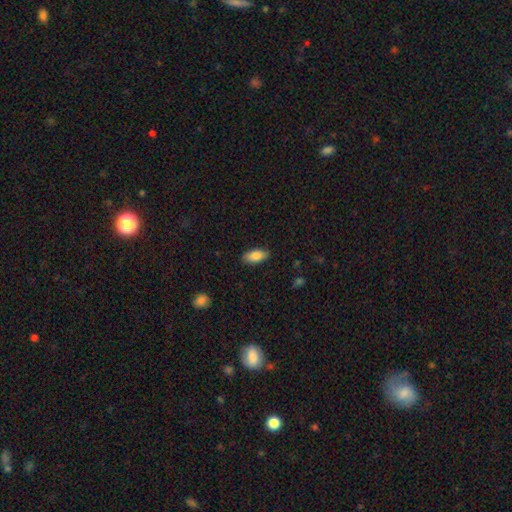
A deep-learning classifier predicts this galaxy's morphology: Smooth or featured: smooth — 85% (featured or disk — 8%)
How rounded: in between — 87% (cigar-shaped — 11%)
Merging: none — 87% (minor disturbance — 10%)